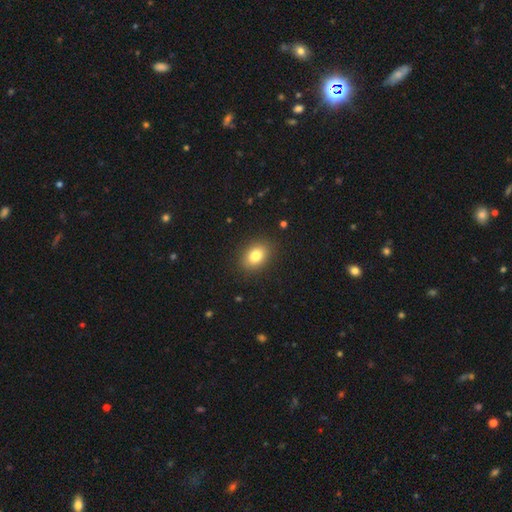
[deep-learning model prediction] smooth-or-featured: smooth: 81% | star or artifact: 10% | featured or disk: 9%
  how-rounded: in between: 73% | round: 25% | cigar-shaped: 1%
  merging: none: 89% | minor disturbance: 8% | major disturbance: 2% | merger: 1%